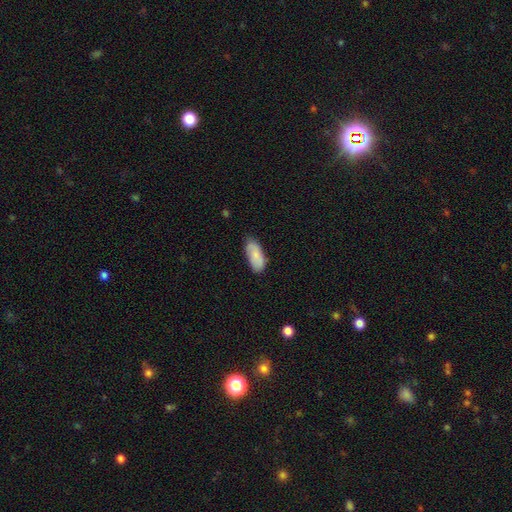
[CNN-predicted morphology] This appears to be a smooth galaxy with no disk features (82%) that is in between round and cigar-shaped (87%). Merging: none (68%).